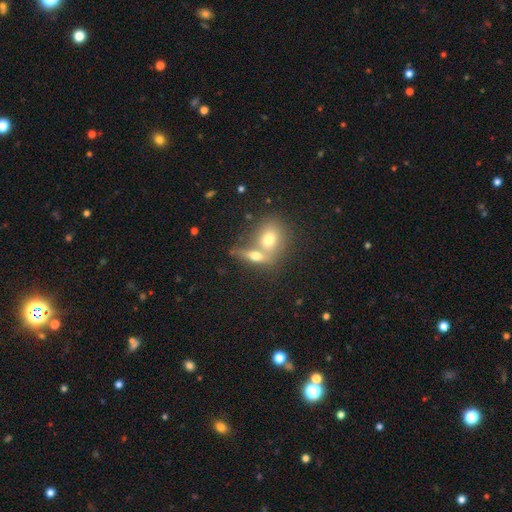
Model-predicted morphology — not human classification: Q: Smooth or featured?
A: smooth (61%); runner-up: featured or disk (31%)
Q: How rounded?
A: in between (58%); runner-up: round (23%)
Q: Merging?
A: merger (56%); runner-up: none (34%)